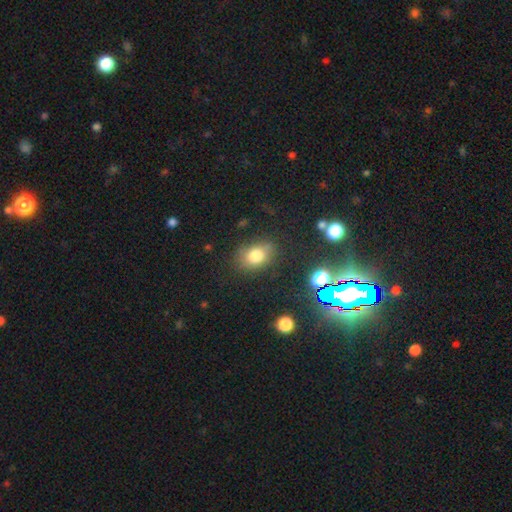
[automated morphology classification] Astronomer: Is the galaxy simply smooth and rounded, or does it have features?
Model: smooth — 77%.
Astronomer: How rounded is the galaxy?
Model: in between — 72%.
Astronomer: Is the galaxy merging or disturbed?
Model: none — 77%.